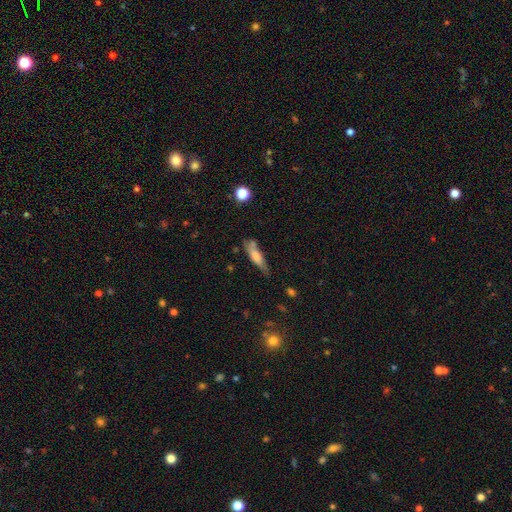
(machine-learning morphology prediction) The model was most divided on "merging": none: 53%, minor disturbance: 28%, merger: 9%, major disturbance: 9%. More confident: how rounded — cigar-shaped (67%); smooth or featured — smooth (66%).